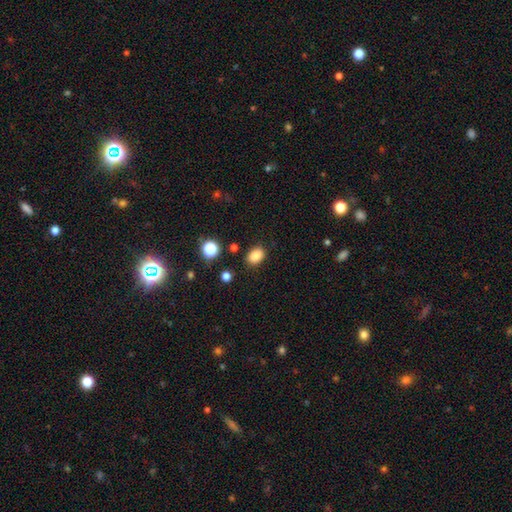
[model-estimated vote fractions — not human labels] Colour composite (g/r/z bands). It shows a smooth galaxy with no disk features (85%) that is in between round and cigar-shaped (72%). Merging: none (84%).